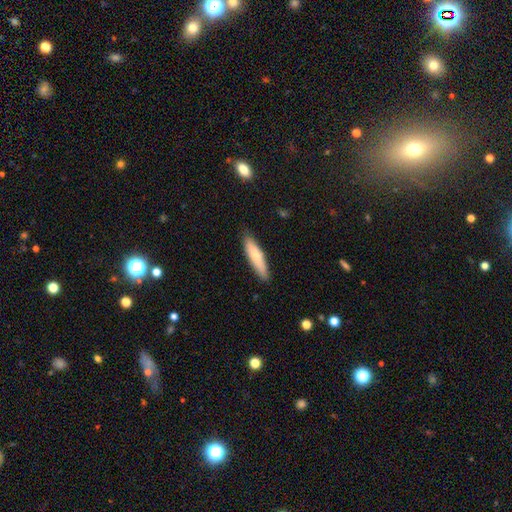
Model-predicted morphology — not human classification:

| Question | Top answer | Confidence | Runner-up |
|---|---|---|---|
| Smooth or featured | smooth | 75% | featured or disk (20%) |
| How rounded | cigar-shaped | 75% | in between (24%) |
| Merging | none | 85% | minor disturbance (12%) |